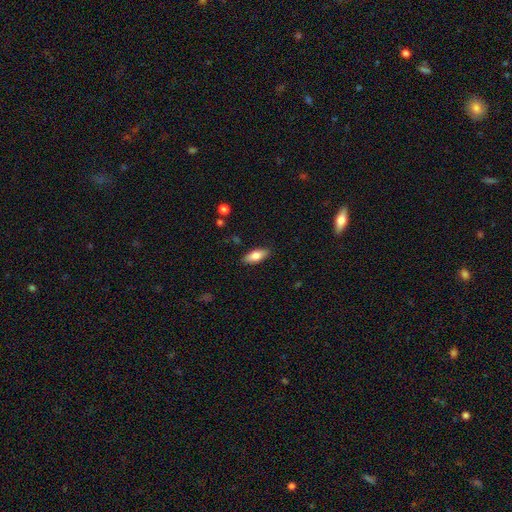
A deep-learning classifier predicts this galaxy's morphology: Smooth or featured: smooth — 79% (featured or disk — 15%)
How rounded: in between — 82% (cigar-shaped — 15%)
Merging: none — 88% (minor disturbance — 9%)